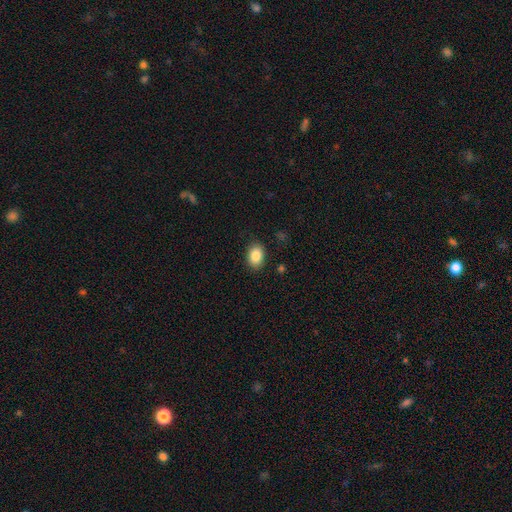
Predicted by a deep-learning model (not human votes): This is clearly a smooth galaxy (87%). How rounded: likely in between (77%). Merging: clearly none (86%).